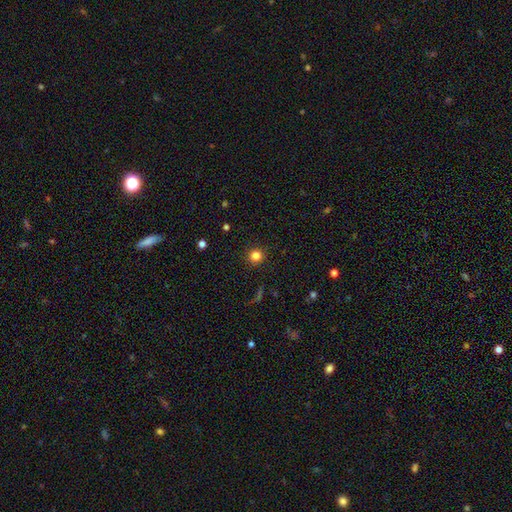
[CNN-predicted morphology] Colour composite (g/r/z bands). It shows a smooth galaxy with no disk features (82%) that is round (94%). Merging: none (92%).